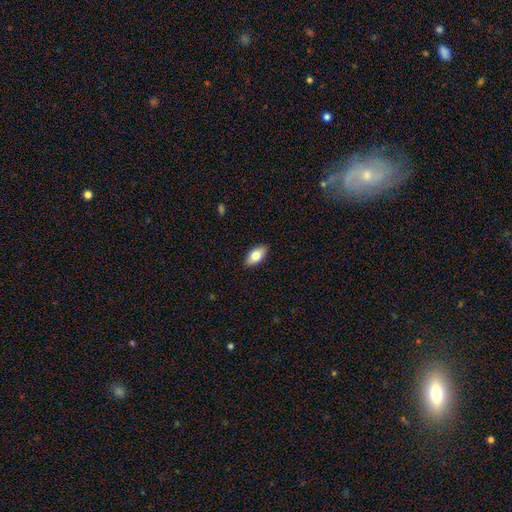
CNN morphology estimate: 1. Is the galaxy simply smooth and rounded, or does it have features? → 76% smooth, 18% featured or disk, 7% star or artifact.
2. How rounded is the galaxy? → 89% in between, 7% cigar-shaped, 3% round.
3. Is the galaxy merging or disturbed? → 89% none, 8% minor disturbance, 2% major disturbance, 1% merger.